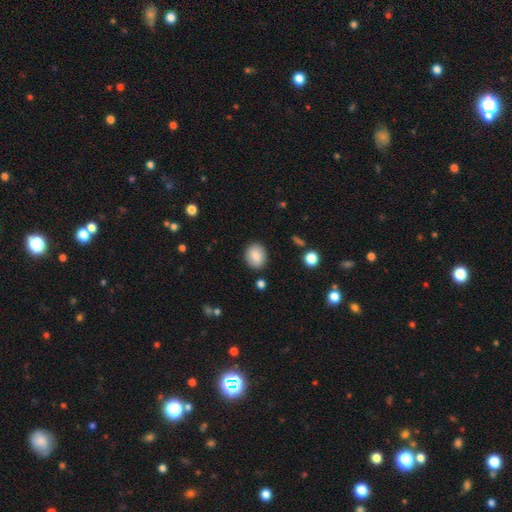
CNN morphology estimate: Q: Smooth or featured?
A: smooth (84%); runner-up: star or artifact (8%)
Q: How rounded?
A: round (59%); runner-up: in between (40%)
Q: Merging?
A: none (88%); runner-up: minor disturbance (8%)